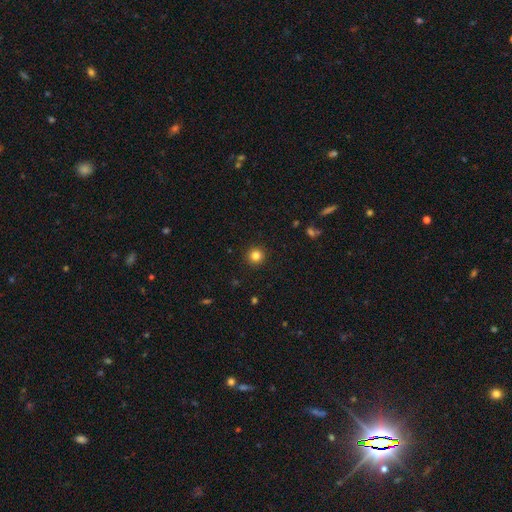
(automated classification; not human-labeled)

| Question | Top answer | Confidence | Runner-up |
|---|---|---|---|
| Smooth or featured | smooth | 83% | star or artifact (12%) |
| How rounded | round | 95% | in between (4%) |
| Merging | none | 92% | minor disturbance (5%) |